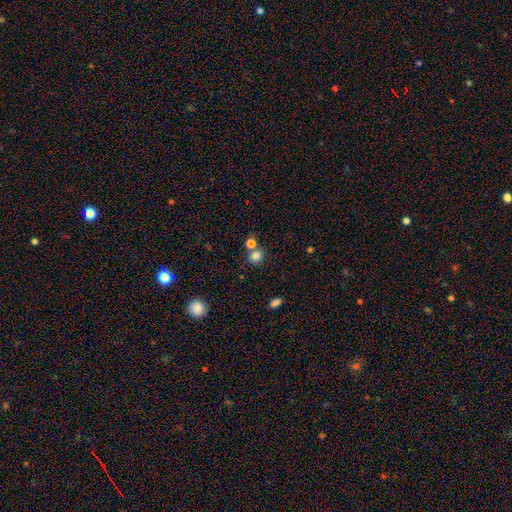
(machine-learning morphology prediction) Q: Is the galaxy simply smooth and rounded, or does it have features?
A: smooth — 78%.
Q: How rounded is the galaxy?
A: round — 79%.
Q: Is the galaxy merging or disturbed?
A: none — 56%.